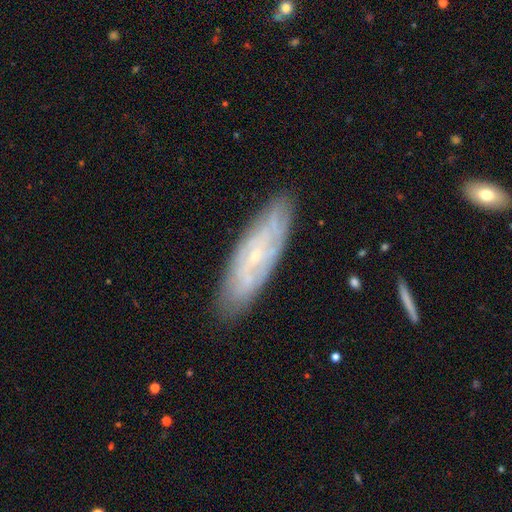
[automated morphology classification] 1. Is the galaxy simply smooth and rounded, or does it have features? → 68% featured or disk, 25% smooth, 7% star or artifact.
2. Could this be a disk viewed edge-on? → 75% no, 25% yes.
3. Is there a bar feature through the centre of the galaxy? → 55% no, 34% weak, 10% strong.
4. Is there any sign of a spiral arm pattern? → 74% yes, 26% no.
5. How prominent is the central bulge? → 81% small, 13% moderate, 3% none, 1% large, 1% dominant.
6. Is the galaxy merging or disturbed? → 82% none, 13% minor disturbance, 3% major disturbance, 1% merger.